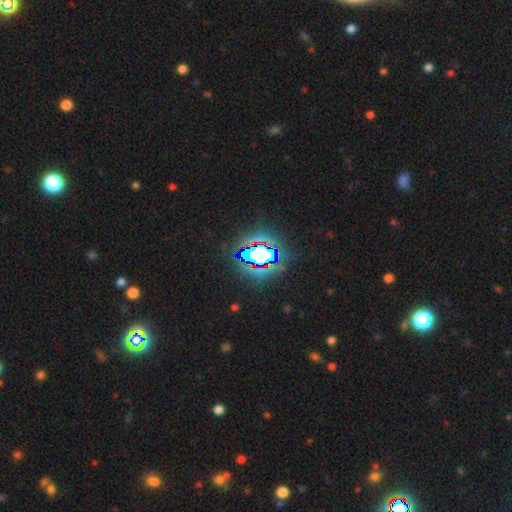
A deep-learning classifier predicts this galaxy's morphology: Smooth or featured? Predicted: star or artifact (p=0.79).